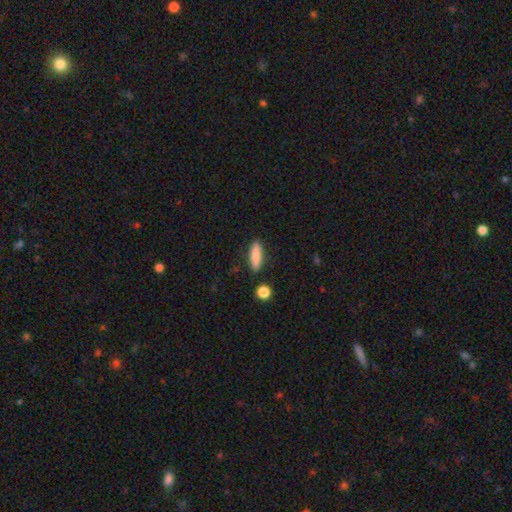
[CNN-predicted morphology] Smooth or featured?
  - smooth: 84% *
  - featured or disk: 10%
  - star or artifact: 6%
How rounded?
  - cigar-shaped: 64% *
  - in between: 33%
  - round: 3%
Merging?
  - none: 87% *
  - minor disturbance: 8%
  - merger: 3%
  - major disturbance: 2%